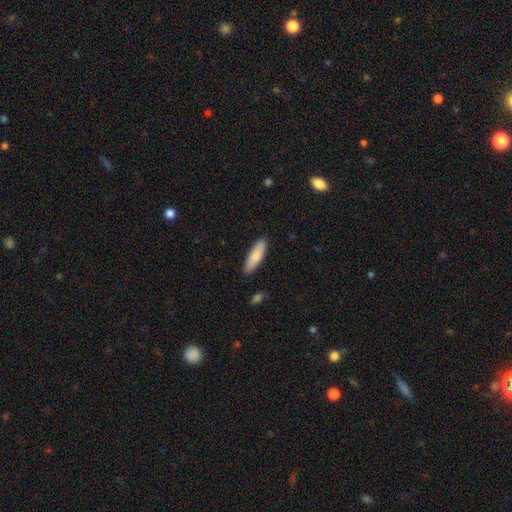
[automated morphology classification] Overall: smooth (81%). How rounded: cigar-shaped (61%; in between 38%). Merging: none (87%).